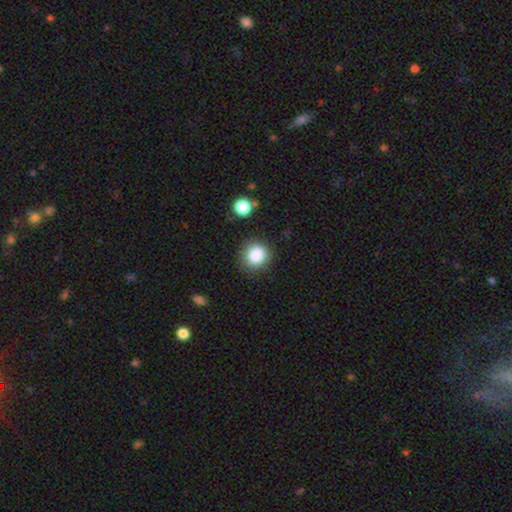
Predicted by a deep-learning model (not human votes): This appears to be a smooth galaxy with no disk features (85%) that is round (88%). Merging: none (84%).